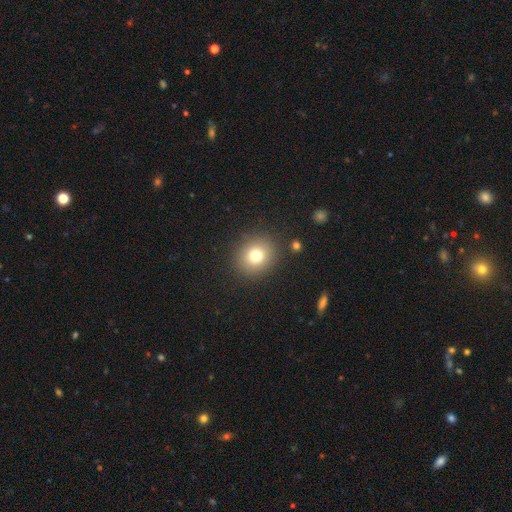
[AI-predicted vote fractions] A smooth galaxy with no disk features (77%) that is round (82%).

Vote fractions:
- Smooth or featured? smooth: 77% / star or artifact: 13% / featured or disk: 10%
- How rounded? round: 82% / in between: 17% / cigar-shaped: 1%
- Merging? none: 88% / minor disturbance: 7% / major disturbance: 3% / merger: 2%